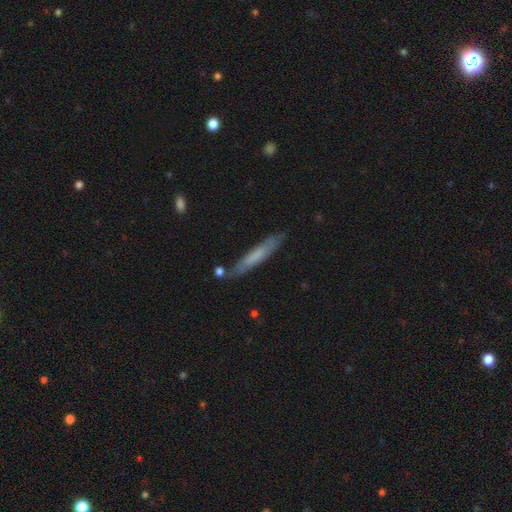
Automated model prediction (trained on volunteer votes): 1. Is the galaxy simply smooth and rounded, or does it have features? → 61% smooth, 33% featured or disk, 6% star or artifact.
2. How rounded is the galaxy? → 93% cigar-shaped, 5% in between, 1% round.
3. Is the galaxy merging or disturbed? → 80% none, 13% minor disturbance, 4% merger, 3% major disturbance.